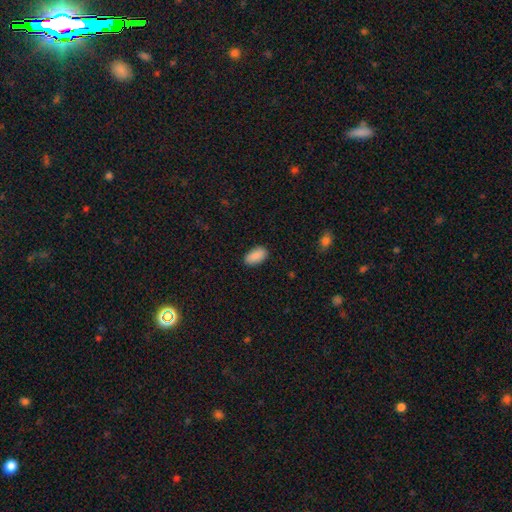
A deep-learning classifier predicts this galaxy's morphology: Smooth or featured? smooth (89%)
How rounded? in between (94%)
Merging? none (88%)